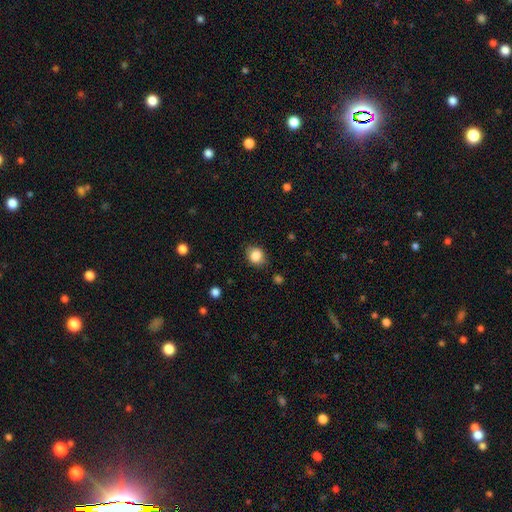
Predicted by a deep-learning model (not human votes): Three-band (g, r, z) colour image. It shows a smooth galaxy with no disk features (85%) that is round (63%). Merging: none (82%).